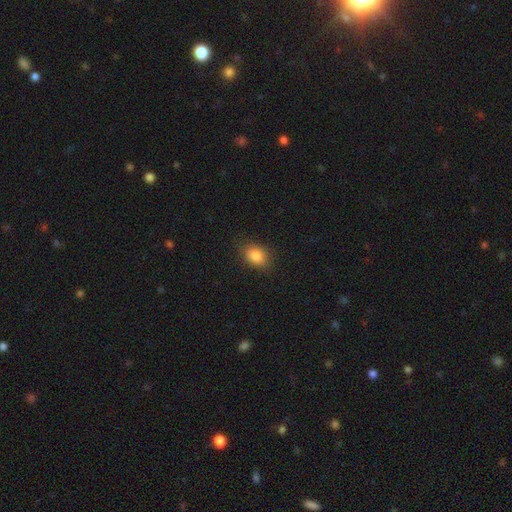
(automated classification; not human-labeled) smooth_or_featured: smooth (p=0.85) [alt: star or artifact p=0.09]
how_rounded: in between (p=0.75) [alt: round p=0.24]
merging: none (p=0.83) [alt: minor disturbance p=0.13]